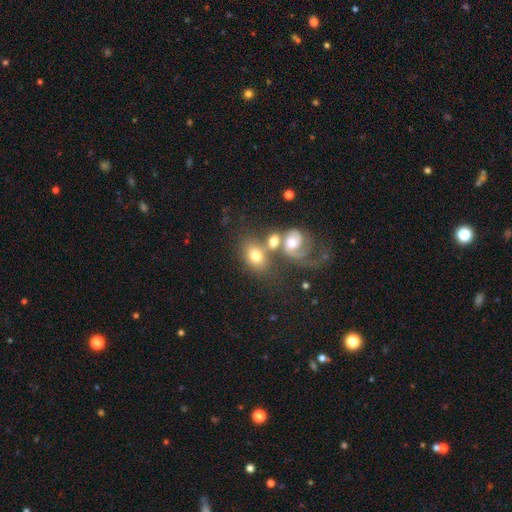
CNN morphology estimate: A smooth galaxy with no disk features (55%) that is in between round and cigar-shaped (66%). Merging: merger (45%).